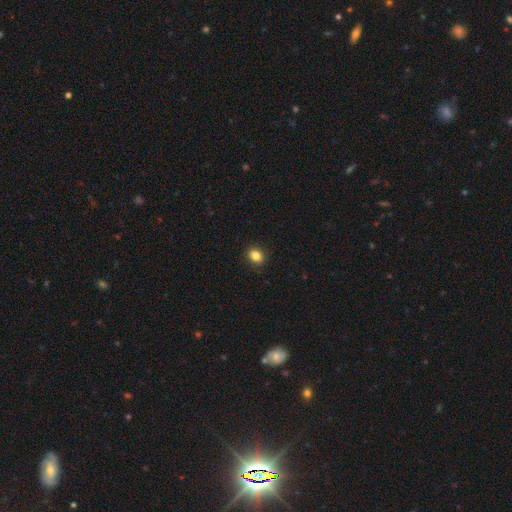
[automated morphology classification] Overall: smooth (85%). How rounded: in between (54%; round 44%). Merging: none (89%).